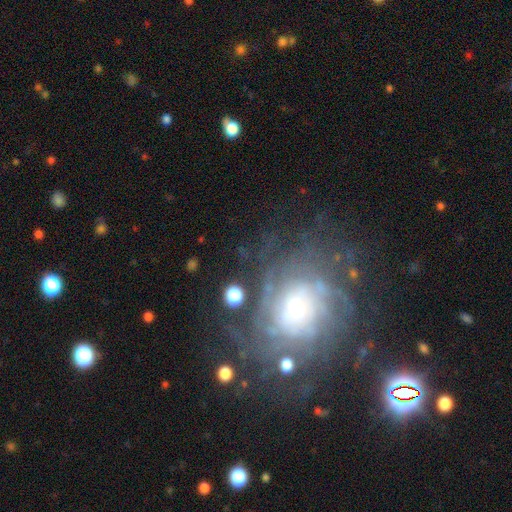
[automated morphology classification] Smooth or featured? featured or disk (73%)
Edge-on disk? no (96%)
Bar? no (72%)
Spiral arms? yes (91%)
Spiral winding? tight (73%)
Spiral arm count? can't tell (48%)
Bulge size? small (64%)
Merging? none (76%)